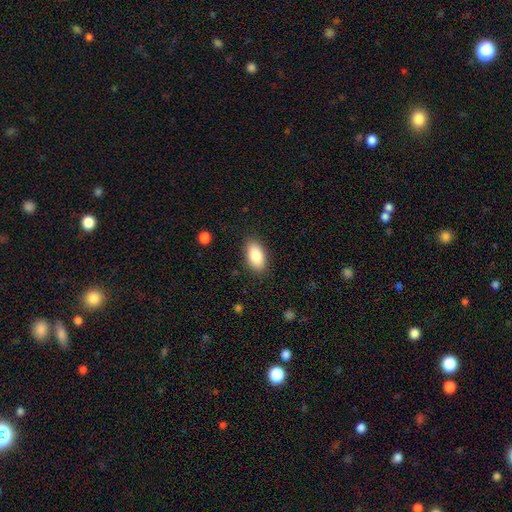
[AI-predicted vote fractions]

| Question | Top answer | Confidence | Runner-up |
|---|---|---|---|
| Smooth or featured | smooth | 86% | featured or disk (7%) |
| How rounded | in between | 94% | round (4%) |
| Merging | none | 87% | minor disturbance (9%) |